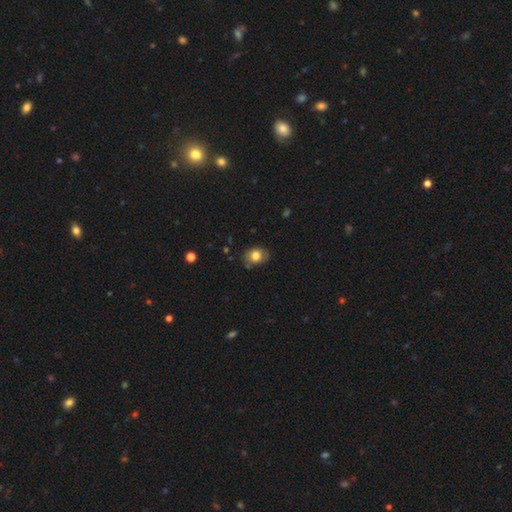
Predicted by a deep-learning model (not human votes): smooth 80%, featured or disk 11%, star or artifact 9%. Down the decision tree: how rounded — in between (52%); merging — none (76%).